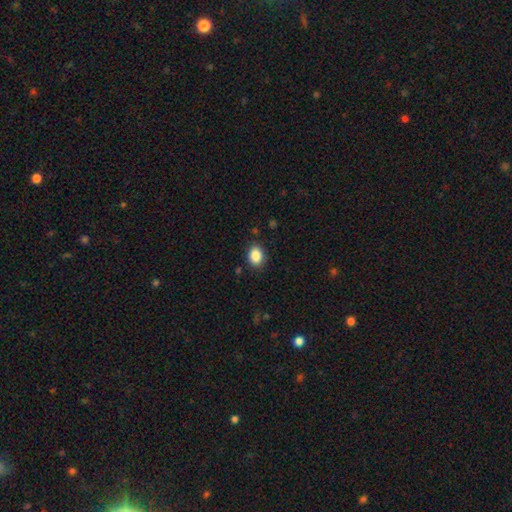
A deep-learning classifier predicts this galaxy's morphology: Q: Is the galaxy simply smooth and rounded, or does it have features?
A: smooth — 87%.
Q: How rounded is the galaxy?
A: in between — 59%.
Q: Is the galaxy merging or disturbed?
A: none — 86%.